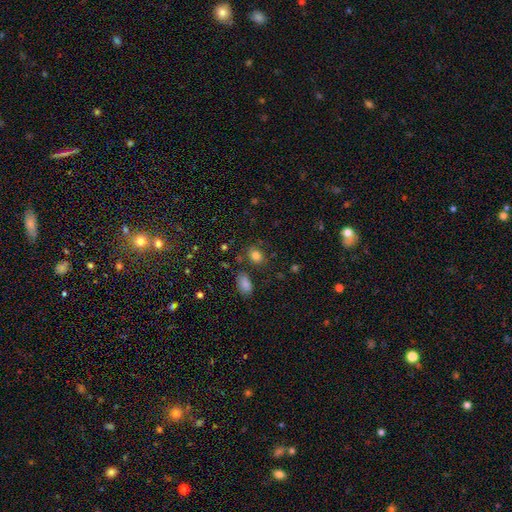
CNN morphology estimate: This appears to be a smooth galaxy with no disk features (81%) that is in between round and cigar-shaped (54%). Merging: none (75%).